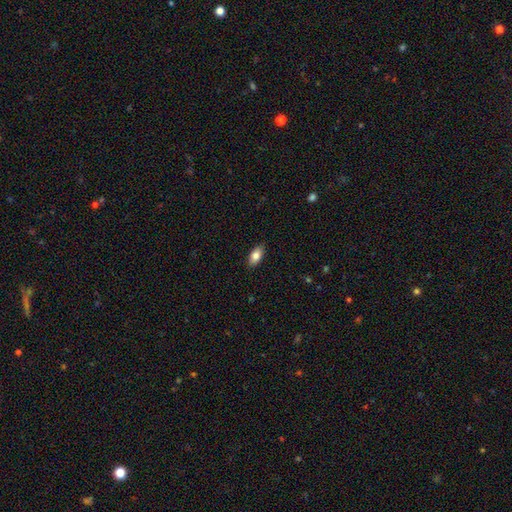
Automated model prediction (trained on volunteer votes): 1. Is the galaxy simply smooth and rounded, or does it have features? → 82% smooth, 12% featured or disk, 7% star or artifact.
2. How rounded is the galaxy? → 90% in between, 7% cigar-shaped, 3% round.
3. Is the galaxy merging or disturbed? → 88% none, 9% minor disturbance, 2% major disturbance, 1% merger.